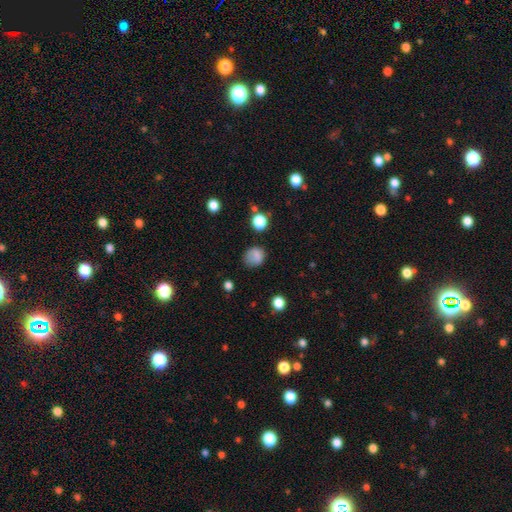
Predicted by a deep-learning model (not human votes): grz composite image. It shows a smooth galaxy with no disk features (79%) that is round (71%). Merging: none (69%).